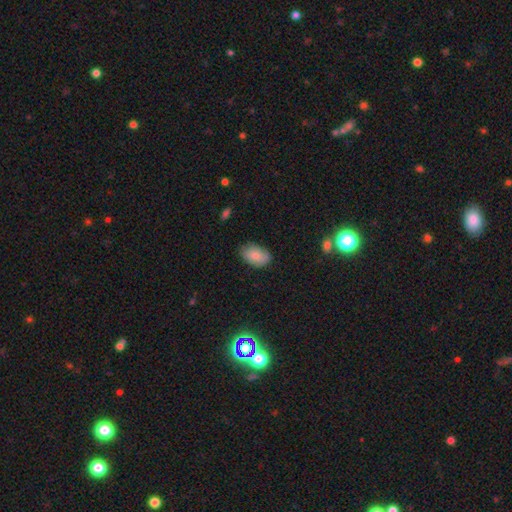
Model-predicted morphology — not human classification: This is clearly a smooth galaxy (84%). How rounded: clearly in between (91%). Merging: likely none (77%).